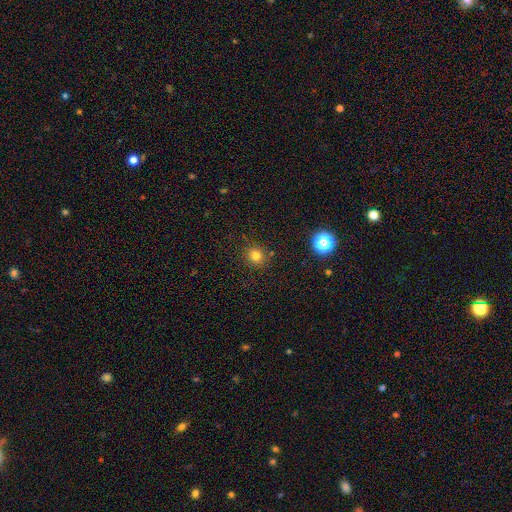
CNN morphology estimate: smooth-or-featured: smooth: 78% | star or artifact: 16% | featured or disk: 6%
  how-rounded: round: 89% | in between: 10% | cigar-shaped: 1%
  merging: none: 87% | minor disturbance: 8% | merger: 3% | major disturbance: 3%